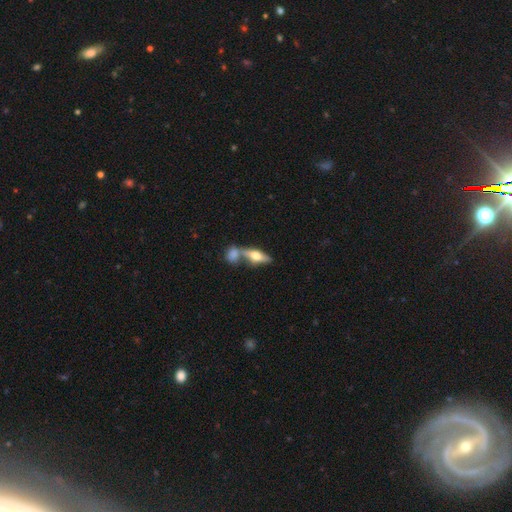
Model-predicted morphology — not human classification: type=smooth (47%, tied with featured or disk); merging=none (46%).